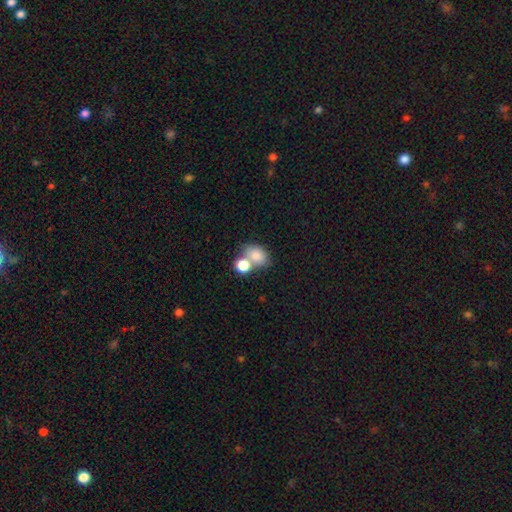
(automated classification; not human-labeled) A smooth galaxy with no disk features (80%) that is in between round and cigar-shaped (64%). Merging: merger (47%).